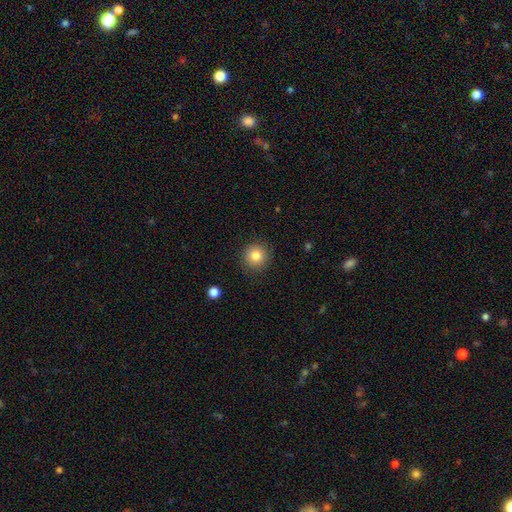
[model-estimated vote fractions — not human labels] This is clearly a smooth galaxy (82%). How rounded: clearly round (94%). Merging: clearly none (89%).